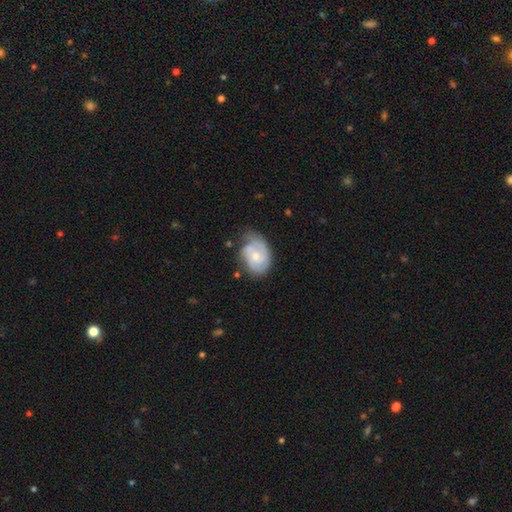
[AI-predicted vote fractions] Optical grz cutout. It shows a featured or disk galaxy (65%) with no bar (68%), 2 (36%) tight (49%) spiral arms (87%) and a moderate central bulge (50%). Merging: none (47%).